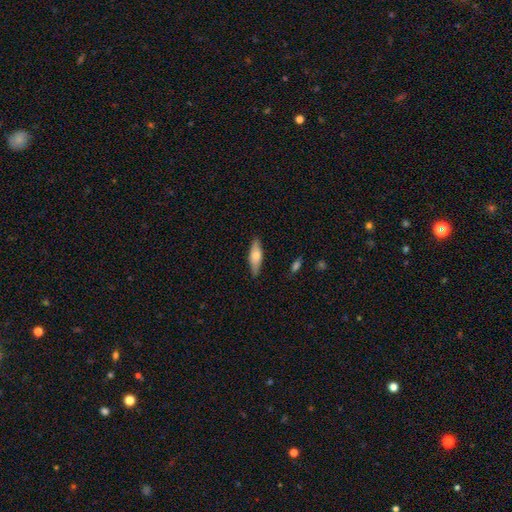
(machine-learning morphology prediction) smooth 64%, featured or disk 30%, star or artifact 6%. Down the decision tree: how rounded — in between (52%); merging — none (83%).